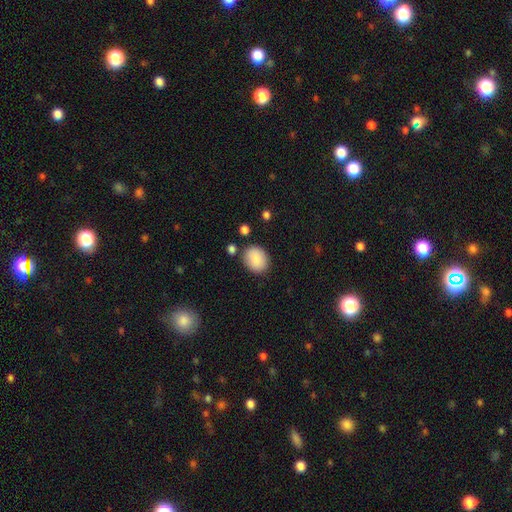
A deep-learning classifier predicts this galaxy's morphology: smooth 87%, star or artifact 7%, featured or disk 6%. Down the decision tree: how rounded — round (52%); merging — none (82%).